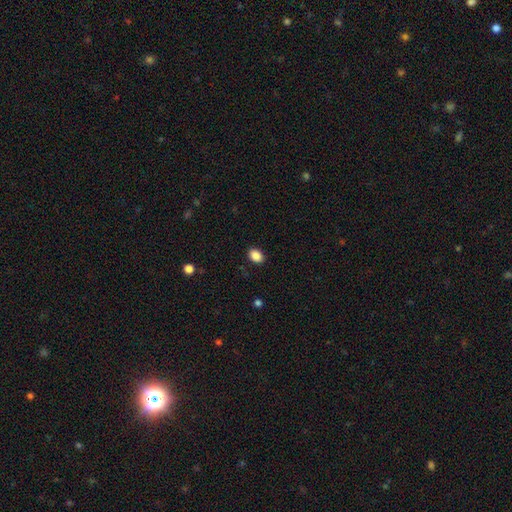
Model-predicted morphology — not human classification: Q: Smooth or featured?
A: smooth (88%); runner-up: star or artifact (9%)
Q: How rounded?
A: in between (72%); runner-up: round (27%)
Q: Merging?
A: none (89%); runner-up: minor disturbance (8%)